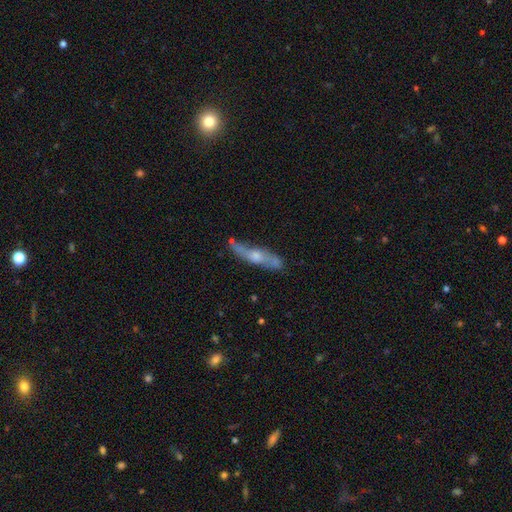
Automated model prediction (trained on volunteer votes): Overall: featured or disk (64%; smooth 29%). Edge-on disk: yes (61%; no 39%). Merging: none (68%).